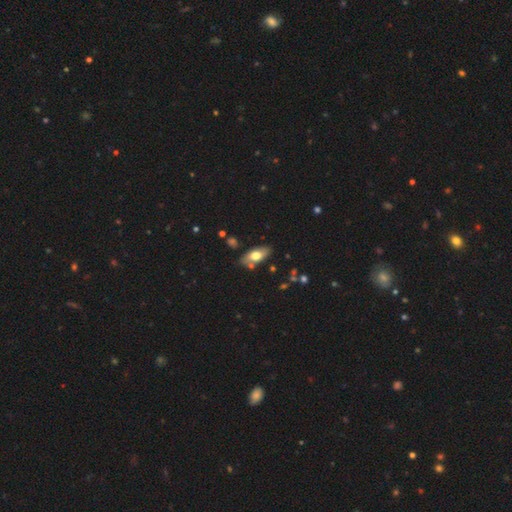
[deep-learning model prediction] A smooth galaxy with no disk features (64%) that is in between round and cigar-shaped (85%). Merging: none (77%).